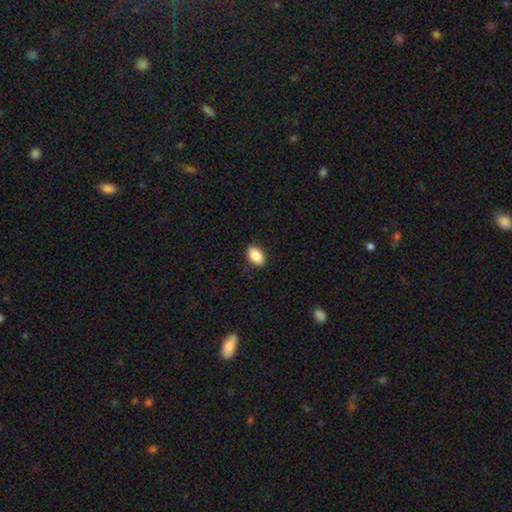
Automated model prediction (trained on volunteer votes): smooth-or-featured: smooth: 88% | star or artifact: 7% | featured or disk: 5%
  how-rounded: in between: 90% | round: 8% | cigar-shaped: 1%
  merging: none: 88% | minor disturbance: 9% | major disturbance: 2% | merger: 1%